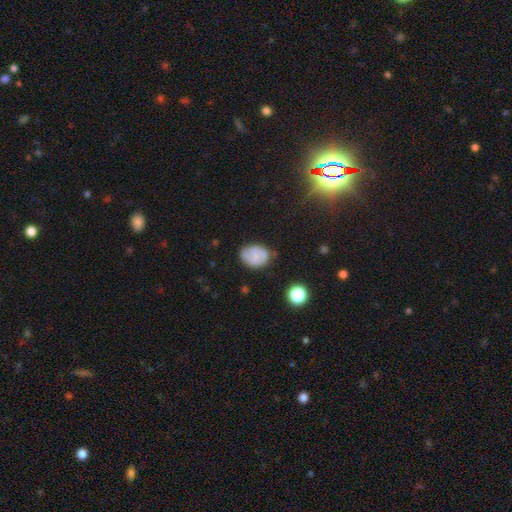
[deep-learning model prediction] A smooth galaxy with no disk features (59%) that is in between round and cigar-shaped (58%).

Vote fractions:
- Smooth or featured? smooth: 59% / featured or disk: 30% / star or artifact: 11%
- How rounded? in between: 58% / round: 41% / cigar-shaped: 1%
- Merging? none: 71% / minor disturbance: 21% / major disturbance: 6% / merger: 3%